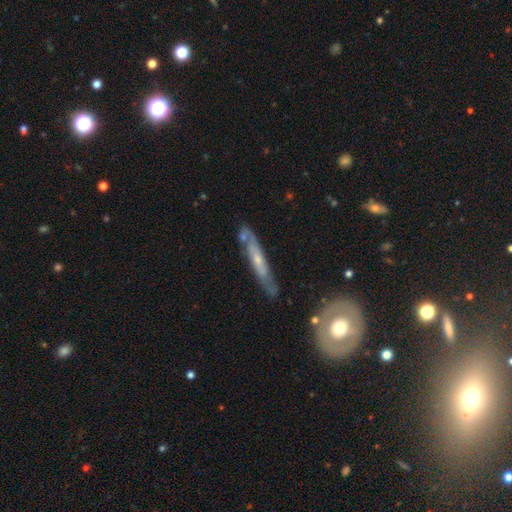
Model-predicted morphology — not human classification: type=featured or disk (64%); edge-on=yes (73%); merging=none (74%).